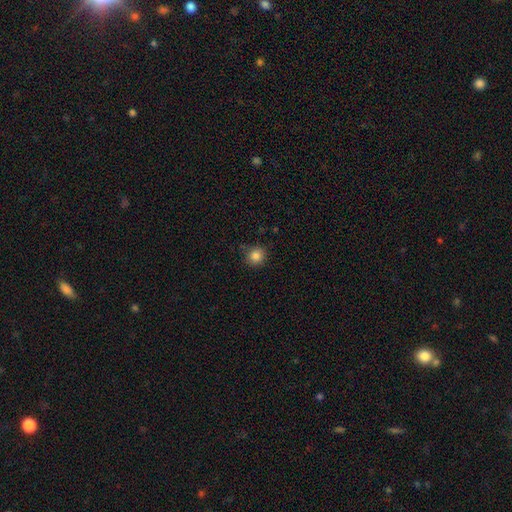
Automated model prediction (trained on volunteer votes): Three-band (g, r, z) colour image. It shows a smooth galaxy with no disk features (85%) that is round (90%). Merging: none (83%).